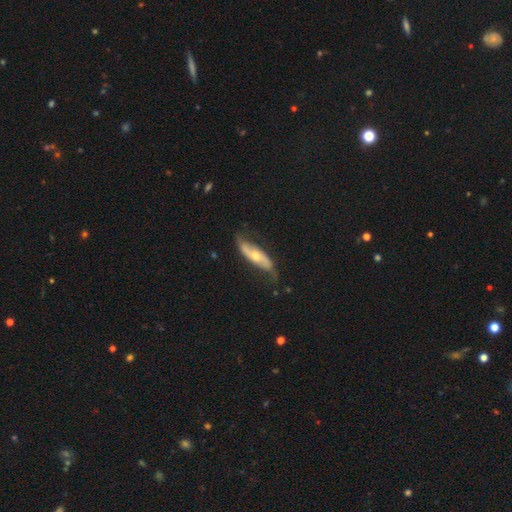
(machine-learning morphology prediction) A featured or disk galaxy (68%) with no bar (64%), spiral arms (83%) and a moderate central bulge (56%). Merging: none (64%).